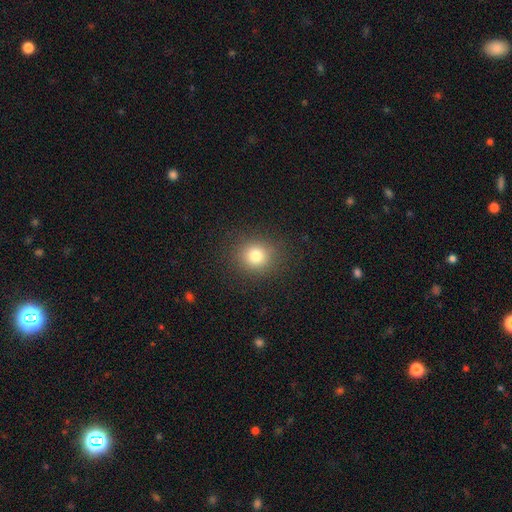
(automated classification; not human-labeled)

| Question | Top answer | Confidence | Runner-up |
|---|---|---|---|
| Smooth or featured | smooth | 79% | star or artifact (14%) |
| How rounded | round | 84% | in between (15%) |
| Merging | none | 89% | minor disturbance (7%) |